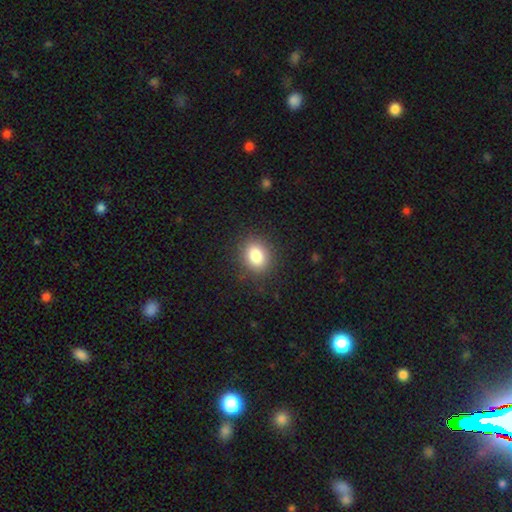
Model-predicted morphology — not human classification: Smooth or featured? Predicted: smooth (p=0.84). How rounded? Predicted: round (p=0.51). Merging? Predicted: none (p=0.88).